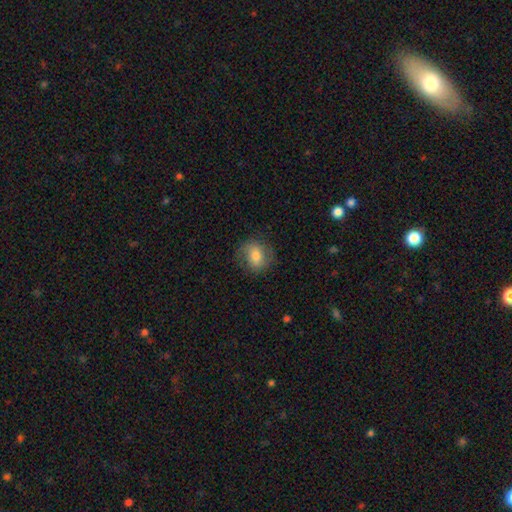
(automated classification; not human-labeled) smooth_or_featured: smooth (p=0.66) [alt: featured or disk p=0.26]
how_rounded: round (p=0.67) [alt: in between p=0.32]
merging: none (p=0.77) [alt: minor disturbance p=0.16]